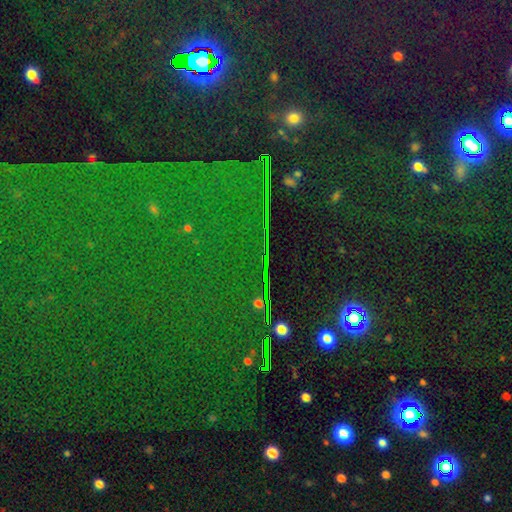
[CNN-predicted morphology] smooth_or_featured: star or artifact (p=0.86) [alt: featured or disk p=0.07]